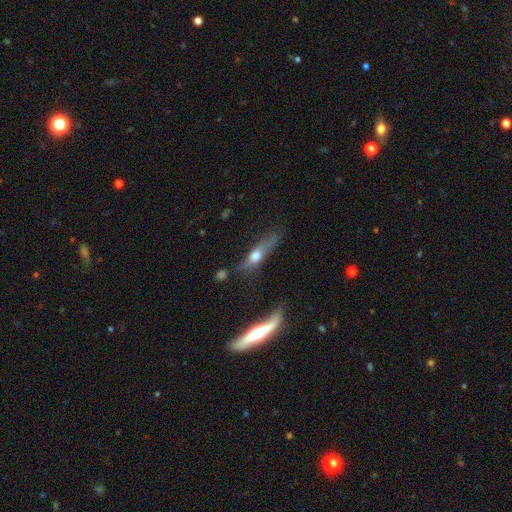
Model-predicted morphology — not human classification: Overall: featured or disk (49%; smooth 42%). Merging: none (54%; minor disturbance 24%).